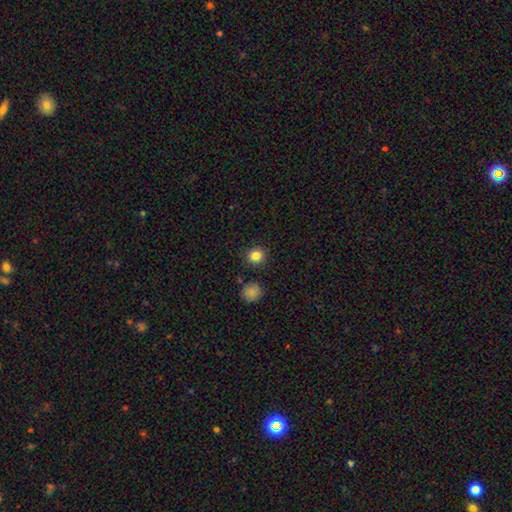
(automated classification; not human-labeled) This appears to be a smooth galaxy with no disk features (84%) that is round (90%). Merging: none (89%).